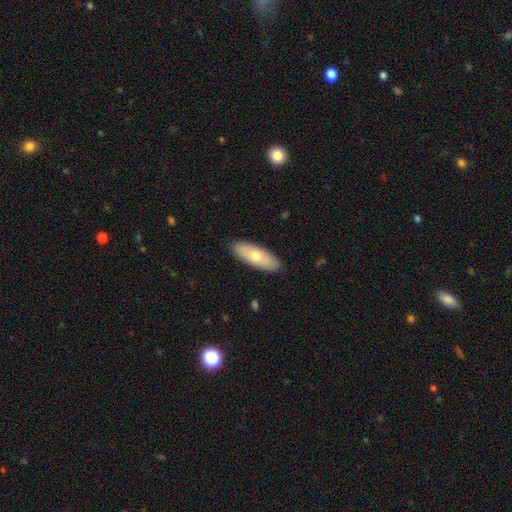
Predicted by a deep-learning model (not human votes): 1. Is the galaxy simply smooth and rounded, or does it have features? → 66% smooth, 28% featured or disk, 6% star or artifact.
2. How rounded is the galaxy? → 72% in between, 25% cigar-shaped, 2% round.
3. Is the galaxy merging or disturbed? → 89% none, 8% minor disturbance, 2% major disturbance, 1% merger.